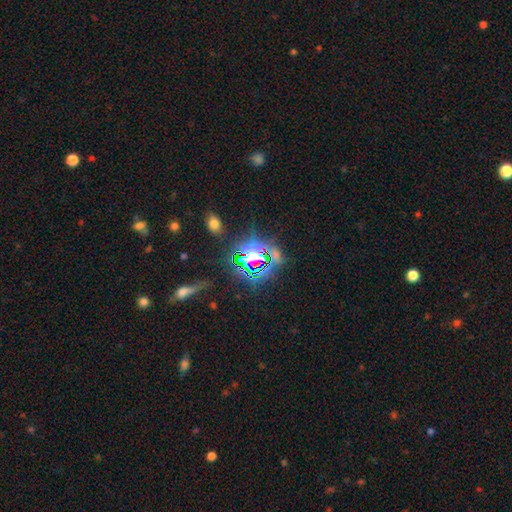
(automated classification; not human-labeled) A star or artifact, not a galaxy (75%).

Vote fractions:
- Smooth or featured? star or artifact: 75% / smooth: 16% / featured or disk: 10%